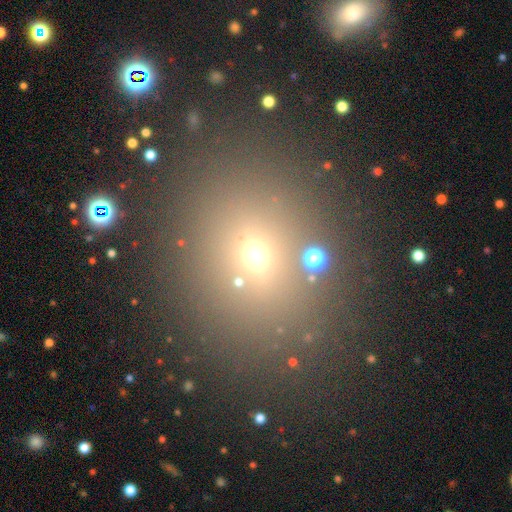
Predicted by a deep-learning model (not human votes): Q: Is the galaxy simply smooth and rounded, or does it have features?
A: smooth — 56%.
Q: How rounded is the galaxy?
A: round — 63%.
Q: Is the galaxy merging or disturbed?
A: none — 81%.